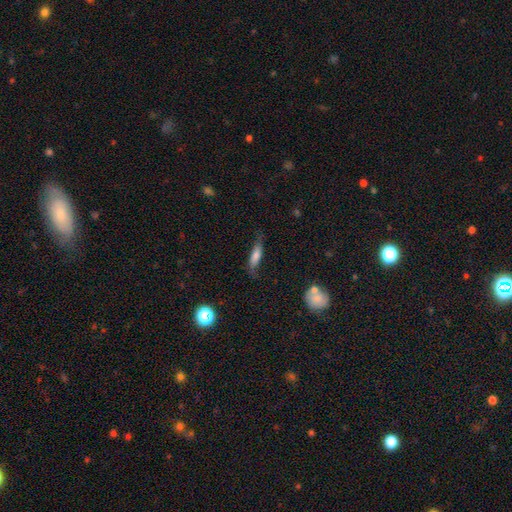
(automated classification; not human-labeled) A smooth galaxy with no disk features (62%) that is cigar-shaped (65%).

Vote fractions:
- Smooth or featured? smooth: 62% / featured or disk: 30% / star or artifact: 8%
- How rounded? cigar-shaped: 65% / in between: 32% / round: 3%
- Merging? none: 68% / minor disturbance: 23% / major disturbance: 7% / merger: 2%